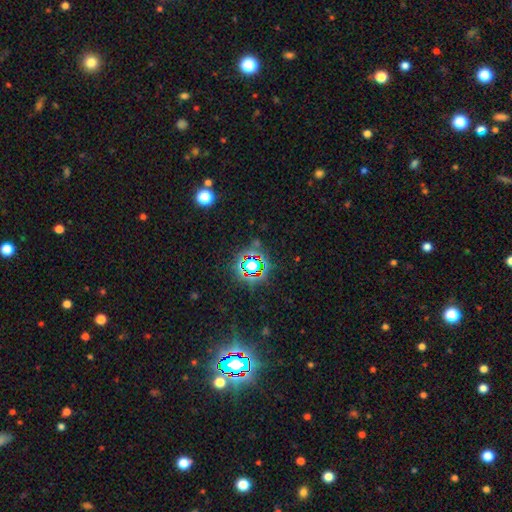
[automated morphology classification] Overall: star or artifact (80%).